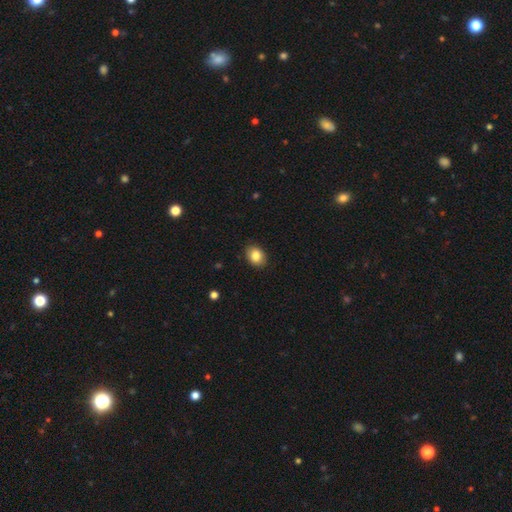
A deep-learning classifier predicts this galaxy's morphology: Q: Smooth or featured?
A: smooth (85%); runner-up: star or artifact (8%)
Q: How rounded?
A: in between (64%); runner-up: round (35%)
Q: Merging?
A: none (88%); runner-up: minor disturbance (9%)